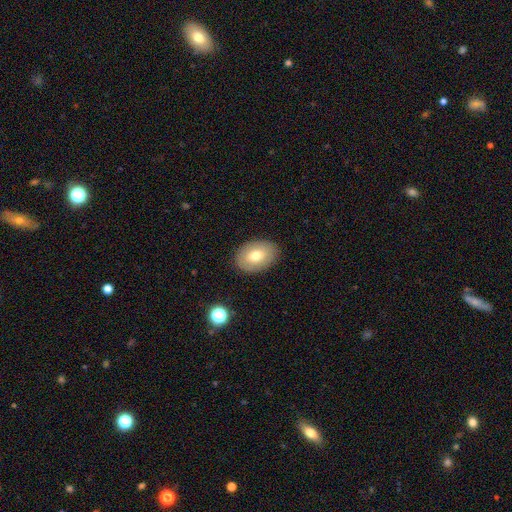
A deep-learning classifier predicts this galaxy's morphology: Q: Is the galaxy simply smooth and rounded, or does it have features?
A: smooth — 70%.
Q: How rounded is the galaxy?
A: in between — 81%.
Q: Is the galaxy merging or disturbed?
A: none — 87%.